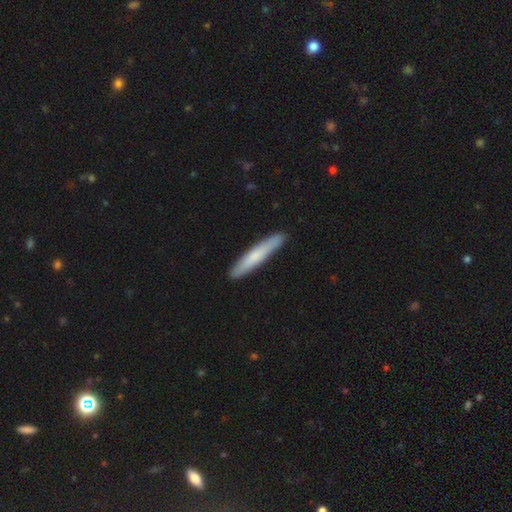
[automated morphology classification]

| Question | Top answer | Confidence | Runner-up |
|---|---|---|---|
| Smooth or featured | smooth | 68% | featured or disk (26%) |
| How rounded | cigar-shaped | 94% | in between (5%) |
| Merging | none | 89% | minor disturbance (8%) |